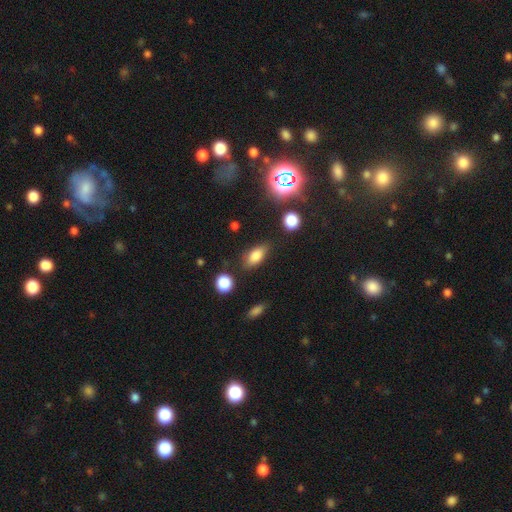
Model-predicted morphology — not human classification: Smooth or featured: smooth — 79% (star or artifact — 11%)
How rounded: in between — 84% (cigar-shaped — 9%)
Merging: none — 78% (minor disturbance — 15%)